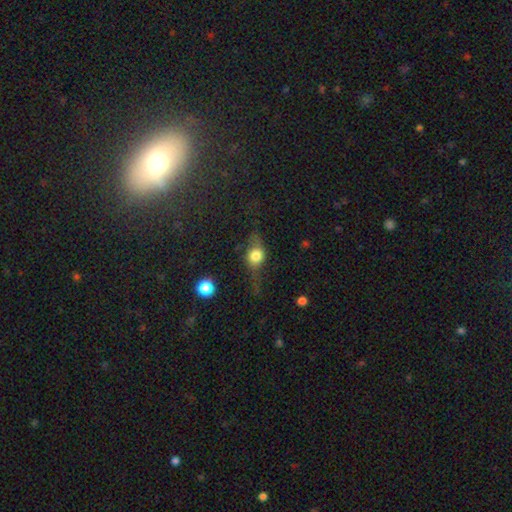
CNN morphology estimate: smooth 55%, featured or disk 33%, star or artifact 11%. Down the decision tree: how rounded — round (53%); merging — none (49%).